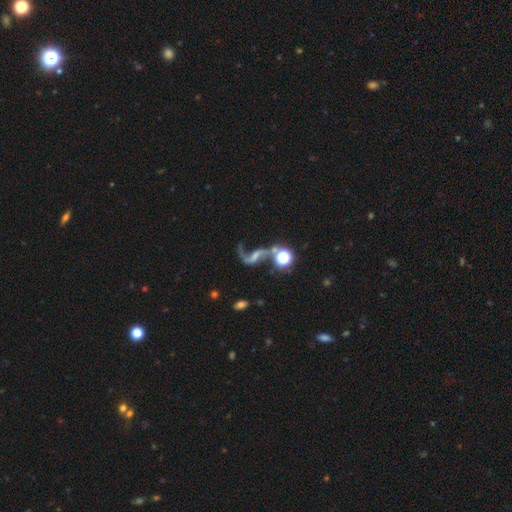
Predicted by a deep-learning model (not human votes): Overall: featured or disk (77%). Edge-on disk: no (95%). Bar: no (39%; weak 35%). Spiral arms: yes (91%). Spiral arm count: 2 (85%). Spiral winding: loose (86%). Bulge size: small (44%; none 24%). Merging: none (47%; merger 22%).